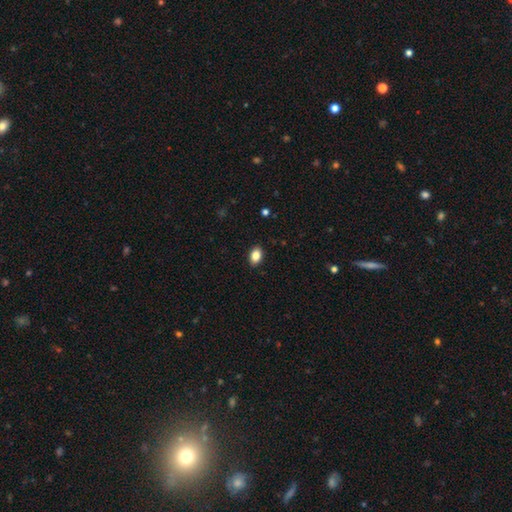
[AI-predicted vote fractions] A smooth galaxy with no disk features (85%) that is in between round and cigar-shaped (85%).

Vote fractions:
- Smooth or featured? smooth: 85% / star or artifact: 8% / featured or disk: 7%
- How rounded? in between: 85% / round: 14% / cigar-shaped: 2%
- Merging? none: 89% / minor disturbance: 8% / major disturbance: 2% / merger: 1%